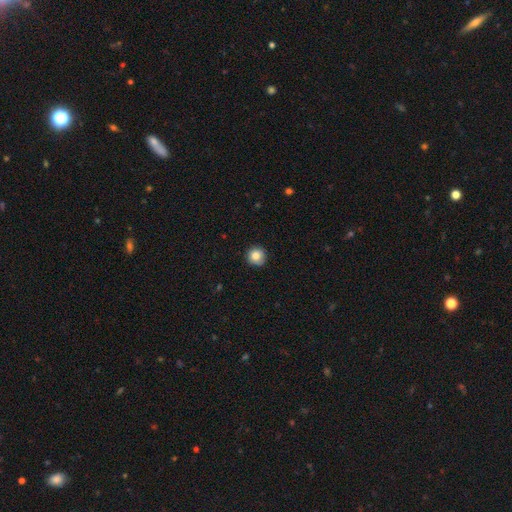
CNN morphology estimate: type=smooth (83%); roundness=round (93%); merging=none (86%).